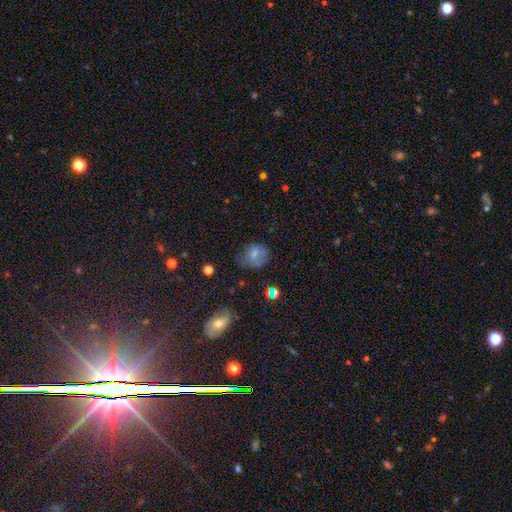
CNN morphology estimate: The model was most divided on "how rounded": round: 56%, in between: 43%, cigar-shaped: 1%. More confident: smooth or featured — smooth (64%); merging — none (57%).